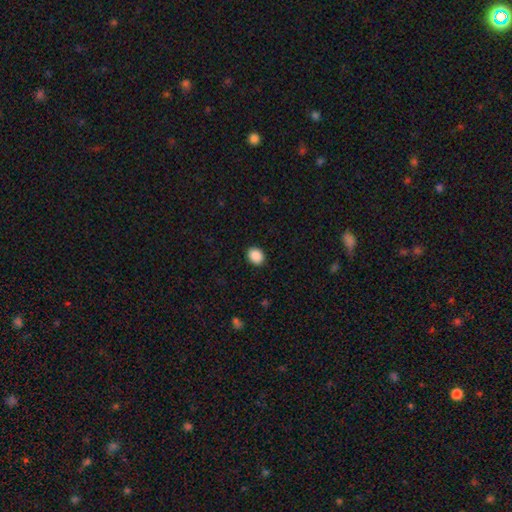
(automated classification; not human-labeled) smooth_or_featured: smooth (p=0.89) [alt: star or artifact p=0.08]
how_rounded: in between (p=0.54) [alt: round p=0.45]
merging: none (p=0.90) [alt: minor disturbance p=0.07]